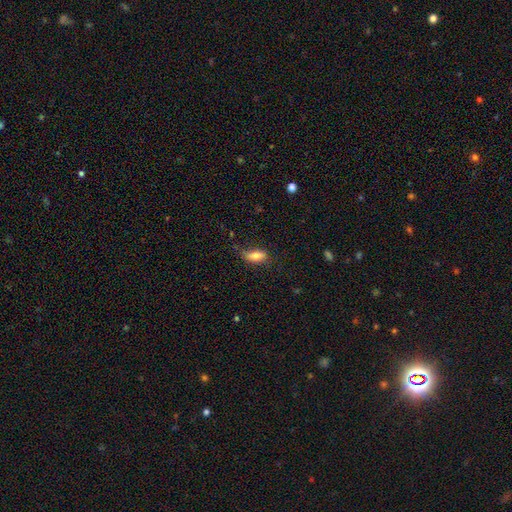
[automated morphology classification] Q: Smooth or featured?
A: smooth (77%); runner-up: featured or disk (16%)
Q: How rounded?
A: in between (77%); runner-up: cigar-shaped (19%)
Q: Merging?
A: none (63%); runner-up: minor disturbance (27%)